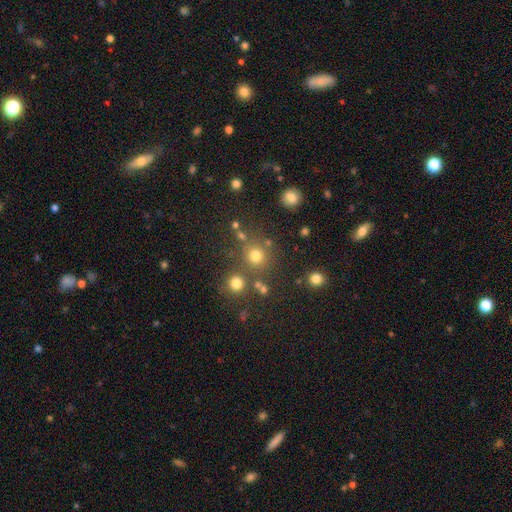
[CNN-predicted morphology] A smooth galaxy with no disk features (74%) that is round (91%).

Vote fractions:
- Smooth or featured? smooth: 74% / star or artifact: 19% / featured or disk: 7%
- How rounded? round: 91% / in between: 8% / cigar-shaped: 1%
- Merging? none: 77% / merger: 10% / minor disturbance: 9% / major disturbance: 4%